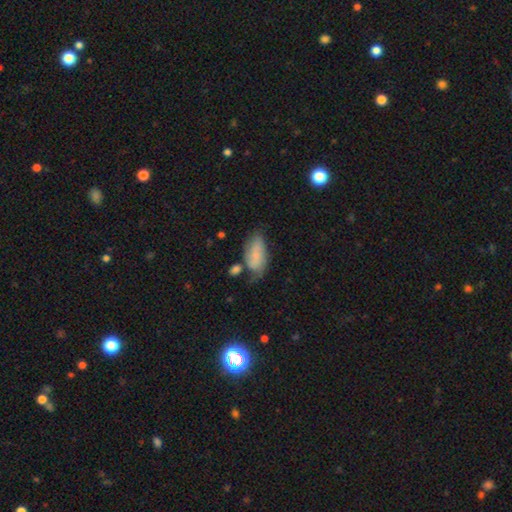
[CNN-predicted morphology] Smooth or featured?
  - smooth: 63% *
  - featured or disk: 29%
  - star or artifact: 8%
How rounded?
  - in between: 90% *
  - cigar-shaped: 7%
  - round: 3%
Merging?
  - none: 43% *
  - minor disturbance: 32%
  - major disturbance: 14%
  - merger: 12%